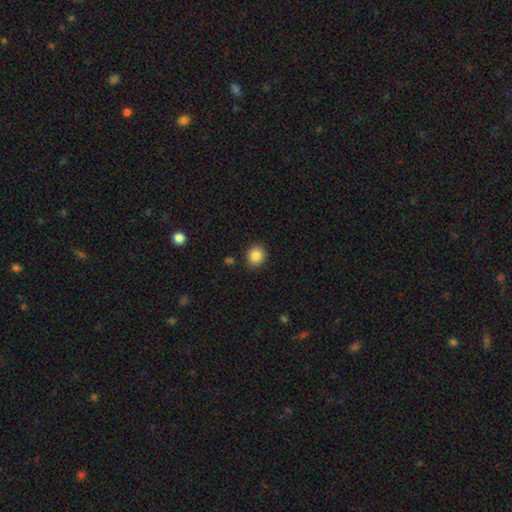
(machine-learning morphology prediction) type=smooth (86%); roundness=round (81%); merging=none (88%).